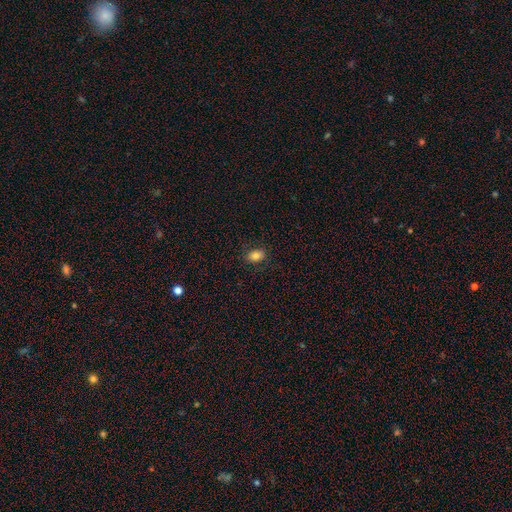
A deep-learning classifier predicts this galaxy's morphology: A smooth galaxy with no disk features (82%) that is in between round and cigar-shaped (79%). Merging: none (86%).